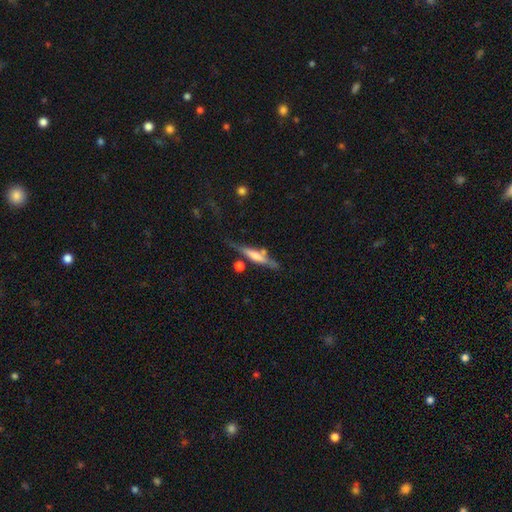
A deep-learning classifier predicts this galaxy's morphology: smooth-or-featured: featured or disk: 54% | smooth: 39% | star or artifact: 6%
  disk-edge-on: yes: 92% | no: 8%
    edge-on-bulge: rounded: 46% | boxy: 30% | none: 24%
  merging: none: 64% | minor disturbance: 19% | merger: 10% | major disturbance: 6%